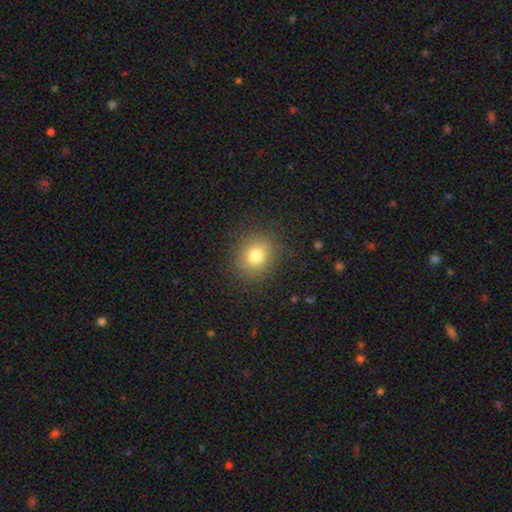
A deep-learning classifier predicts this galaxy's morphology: This appears to be a smooth galaxy with no disk features (78%) that is round (77%). Merging: none (88%).